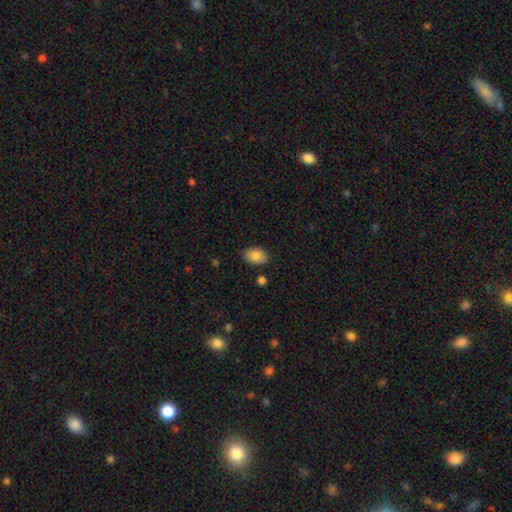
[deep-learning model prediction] smooth-or-featured: smooth: 84% | featured or disk: 9% | star or artifact: 7%
  how-rounded: in between: 87% | round: 11% | cigar-shaped: 1%
  merging: none: 86% | minor disturbance: 10% | major disturbance: 2% | merger: 2%